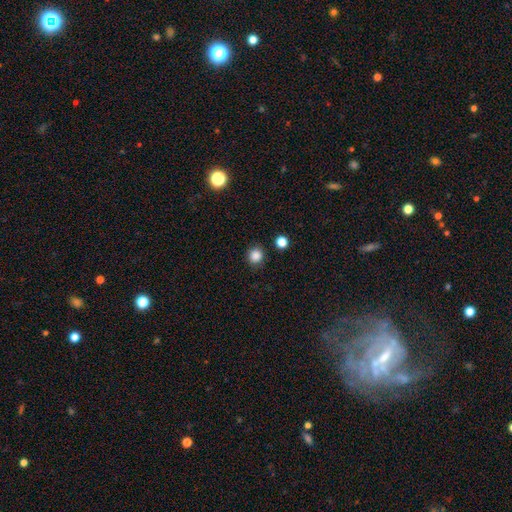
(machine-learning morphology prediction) Smooth or featured? Predicted: smooth (p=0.85). How rounded? Predicted: round (p=0.91). Merging? Predicted: none (p=0.88).